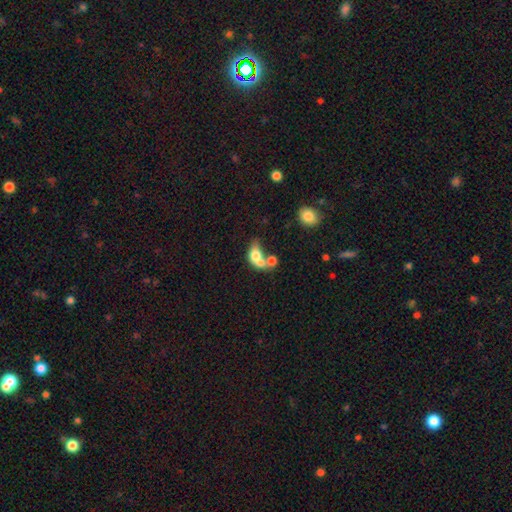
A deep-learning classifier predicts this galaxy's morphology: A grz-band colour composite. It shows a smooth galaxy with no disk features (64%) that is in between round and cigar-shaped (69%). Merging: merger (67%).